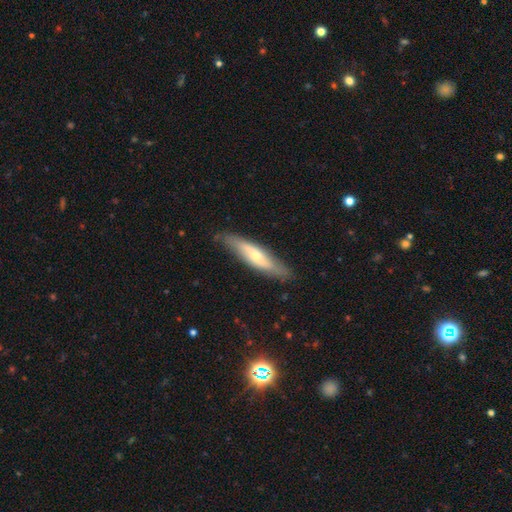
Smooth or featured? featured or disk (53%)
Edge-on disk? no (55%)
Bar? no (45%)
Spiral arms? no (55%)
Bulge size? small (73%)
Merging? none (89%)